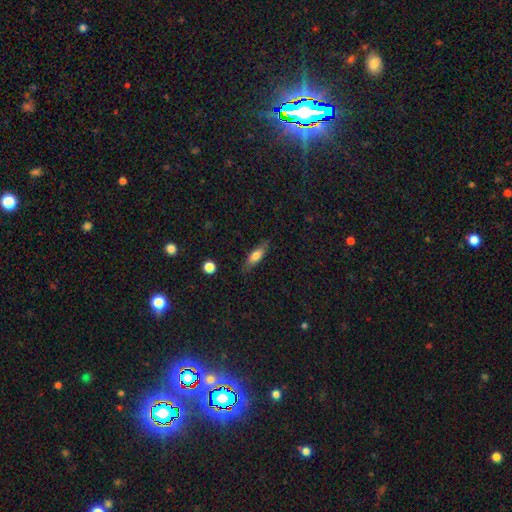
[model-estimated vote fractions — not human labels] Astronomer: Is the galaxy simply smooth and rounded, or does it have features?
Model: smooth — 66%.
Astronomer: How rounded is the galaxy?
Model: cigar-shaped — 50% (runner-up: in between, 48%).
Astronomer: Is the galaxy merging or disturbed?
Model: none — 81%.